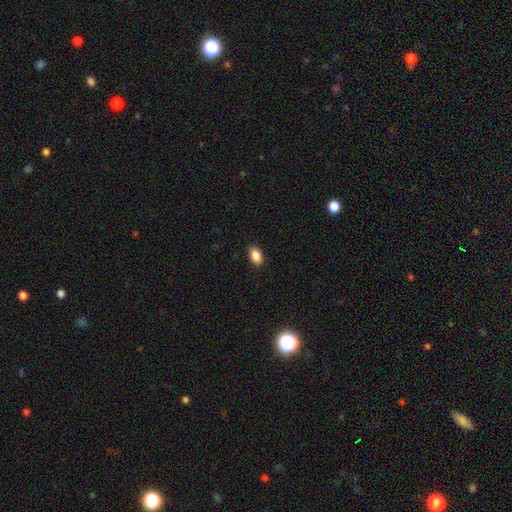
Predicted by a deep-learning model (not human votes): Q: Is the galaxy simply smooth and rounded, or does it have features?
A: smooth — 88%.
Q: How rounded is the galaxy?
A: in between — 90%.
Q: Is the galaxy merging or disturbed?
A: none — 89%.